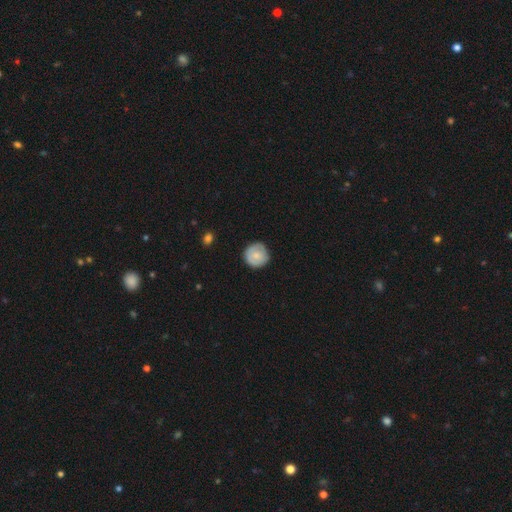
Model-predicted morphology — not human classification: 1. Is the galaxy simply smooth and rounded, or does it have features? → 72% smooth, 22% featured or disk, 6% star or artifact.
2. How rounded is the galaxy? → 94% round, 5% in between, 1% cigar-shaped.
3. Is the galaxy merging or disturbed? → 82% none, 15% minor disturbance, 3% major disturbance, 1% merger.